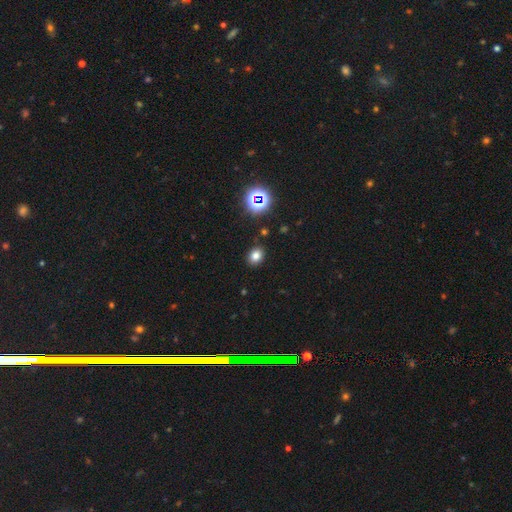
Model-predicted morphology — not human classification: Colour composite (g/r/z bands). It shows a smooth galaxy with no disk features (77%) that is in between round and cigar-shaped (56%). Merging: none (87%).